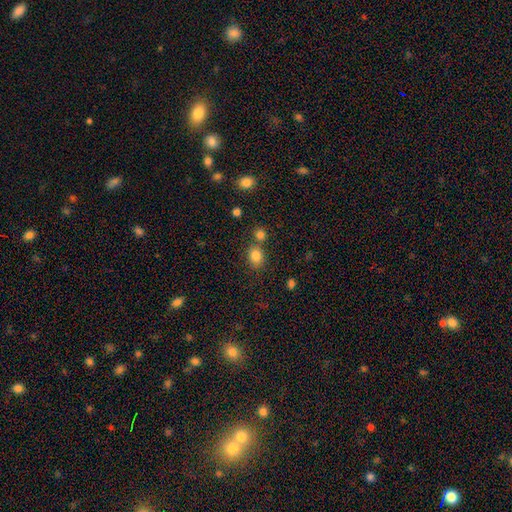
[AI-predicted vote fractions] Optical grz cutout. It shows a smooth galaxy with no disk features (82%) that is round (52%). Merging: none (63%).